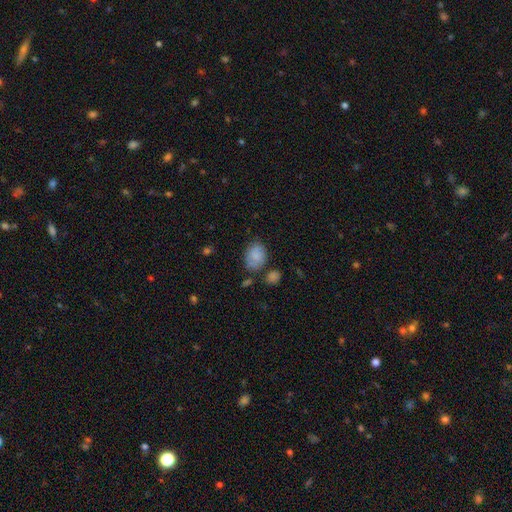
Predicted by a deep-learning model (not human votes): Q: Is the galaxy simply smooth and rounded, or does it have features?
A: smooth — 82%.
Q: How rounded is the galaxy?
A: in between — 65%.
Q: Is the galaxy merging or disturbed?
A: none — 61%.